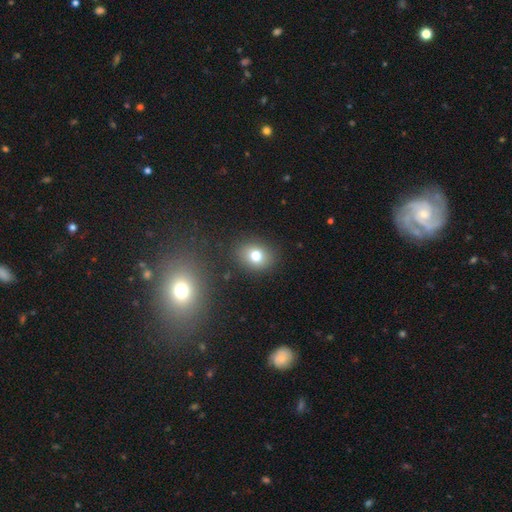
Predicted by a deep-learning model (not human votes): This appears to be a smooth galaxy with no disk features (75%) that is round (56%). Merging: none (86%).